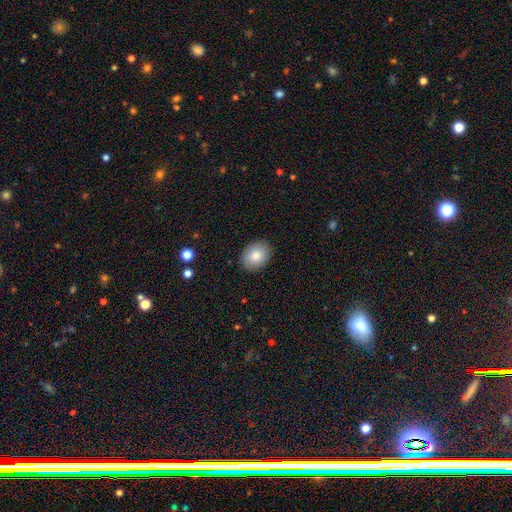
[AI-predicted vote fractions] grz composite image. It shows a smooth galaxy with no disk features (83%) that is in between round and cigar-shaped (62%). Merging: none (89%).